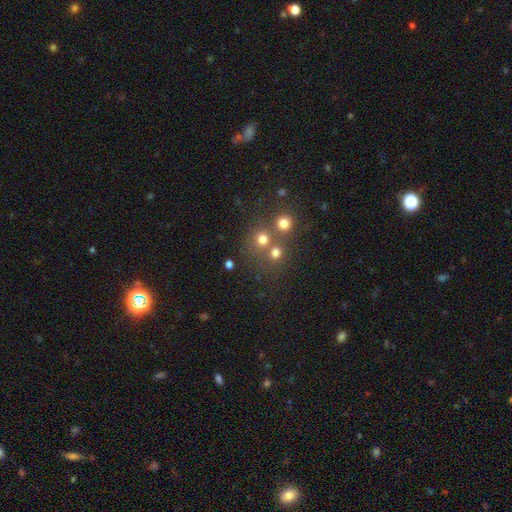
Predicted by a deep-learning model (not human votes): Overall: star or artifact (45%; smooth 43%).